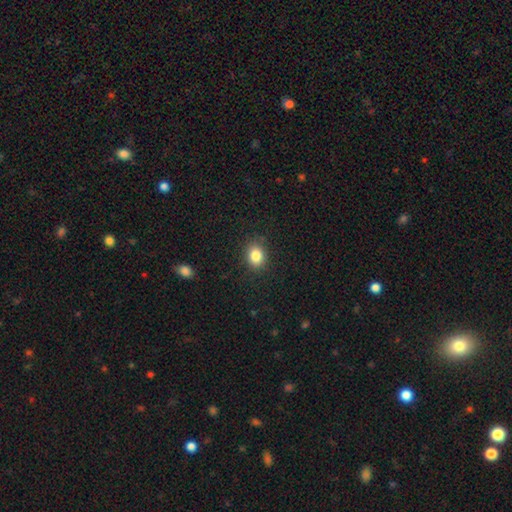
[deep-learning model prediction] A smooth galaxy with no disk features (85%) that is round (51%).

Vote fractions:
- Smooth or featured? smooth: 85% / star or artifact: 10% / featured or disk: 5%
- How rounded? round: 51% / in between: 49% / cigar-shaped: 1%
- Merging? none: 86% / minor disturbance: 10% / major disturbance: 3% / merger: 1%